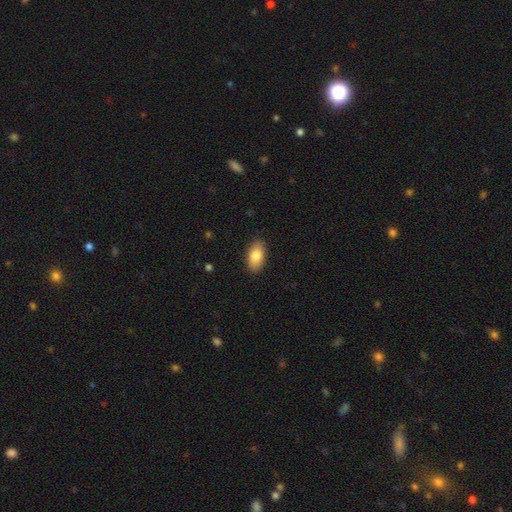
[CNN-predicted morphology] A smooth galaxy with no disk features (84%) that is in between round and cigar-shaped (92%). Merging: none (88%).